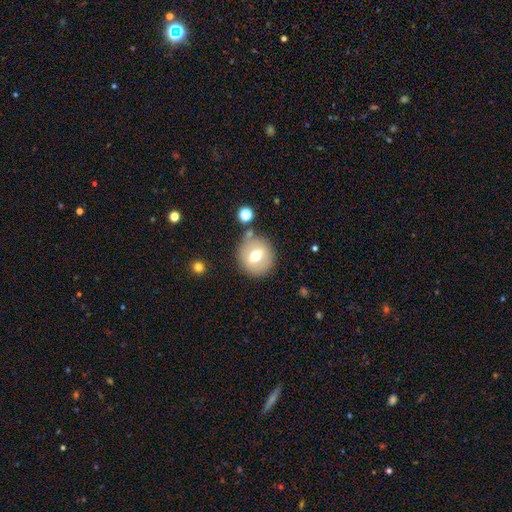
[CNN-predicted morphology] Smooth or featured?
  - smooth: 59% *
  - featured or disk: 32%
  - star or artifact: 9%
How rounded?
  - round: 82% *
  - in between: 17%
  - cigar-shaped: 1%
Merging?
  - none: 76% *
  - minor disturbance: 13%
  - merger: 6%
  - major disturbance: 5%